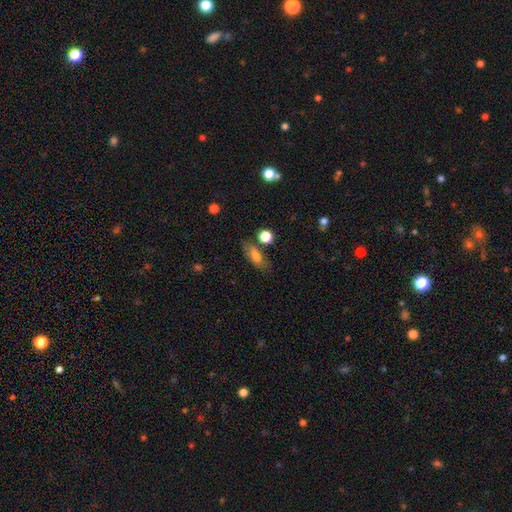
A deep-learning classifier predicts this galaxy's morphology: A smooth galaxy with no disk features (70%) that is in between round and cigar-shaped (69%). Merging: none (73%).